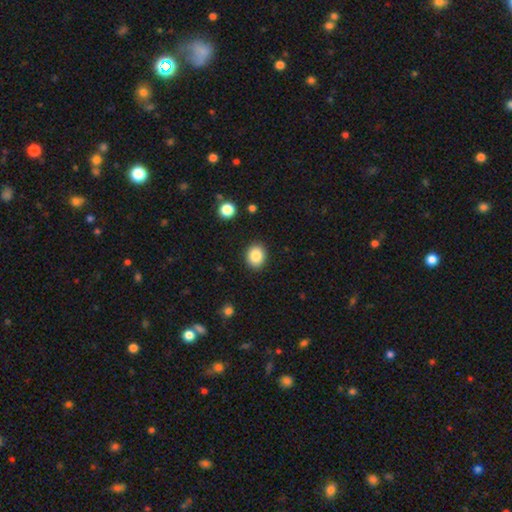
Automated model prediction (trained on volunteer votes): Smooth or featured? Predicted: smooth (p=0.86). How rounded? Predicted: round (p=0.55). Merging? Predicted: none (p=0.89).